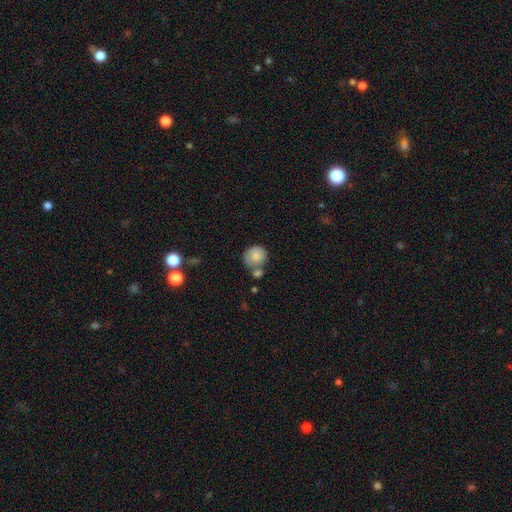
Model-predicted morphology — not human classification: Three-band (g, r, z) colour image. It shows a smooth galaxy with no disk features (82%) that is round (81%). Merging: none (48%).